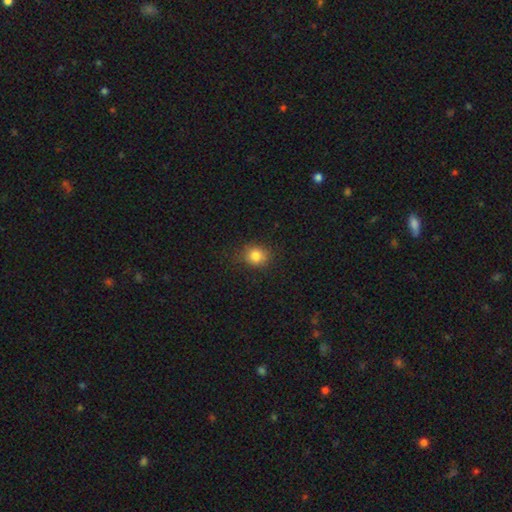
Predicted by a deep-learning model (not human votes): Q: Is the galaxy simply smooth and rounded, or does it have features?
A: smooth — 81%.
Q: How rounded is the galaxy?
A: round — 71%.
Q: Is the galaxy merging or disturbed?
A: none — 79%.